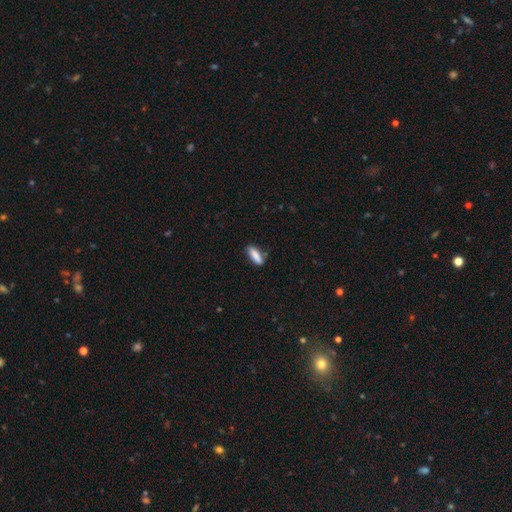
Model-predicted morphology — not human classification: smooth_or_featured: smooth (p=0.87) [alt: star or artifact p=0.07]
how_rounded: in between (p=0.58) [alt: cigar-shaped p=0.40]
merging: none (p=0.76) [alt: minor disturbance p=0.17]